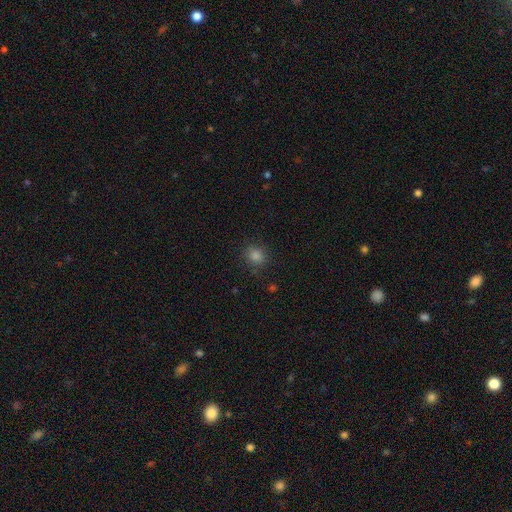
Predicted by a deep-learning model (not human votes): Morphology: type=smooth (80%); roundness=round (83%); merging=none (88%).